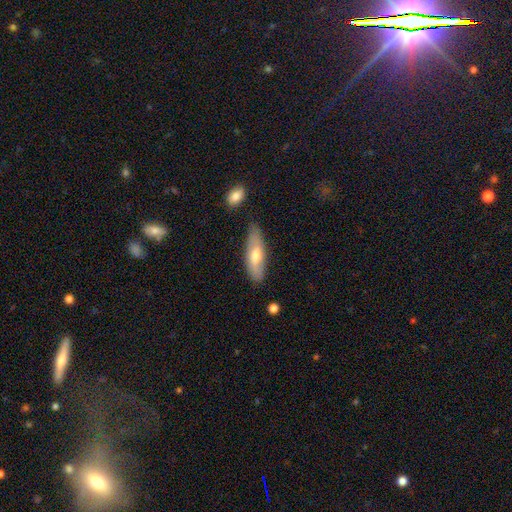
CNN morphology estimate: smooth_or_featured: smooth (p=0.61) [alt: featured or disk p=0.33]
how_rounded: in between (p=0.60) [alt: cigar-shaped p=0.37]
merging: none (p=0.76) [alt: minor disturbance p=0.17]